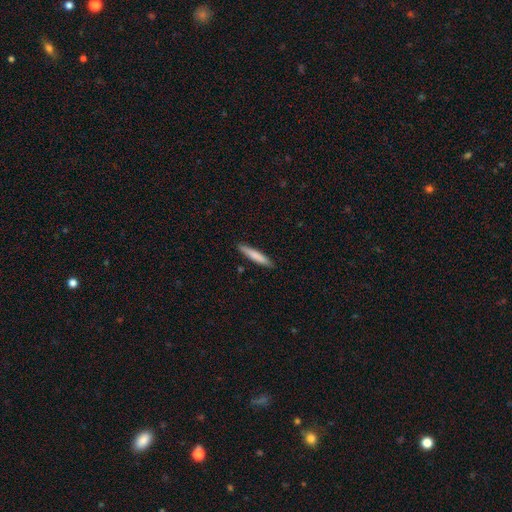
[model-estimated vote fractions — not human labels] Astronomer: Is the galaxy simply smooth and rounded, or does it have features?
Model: smooth — 78%.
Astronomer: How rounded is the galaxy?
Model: cigar-shaped — 92%.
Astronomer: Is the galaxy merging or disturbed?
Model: none — 90%.